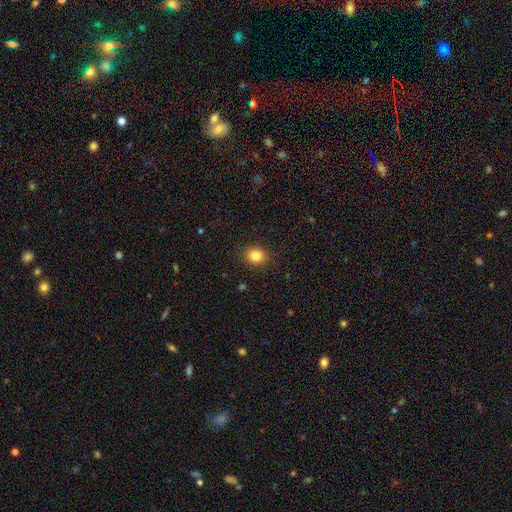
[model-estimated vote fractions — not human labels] smooth-or-featured: smooth: 84% | star or artifact: 11% | featured or disk: 6%
  how-rounded: round: 69% | in between: 30% | cigar-shaped: 1%
  merging: none: 89% | minor disturbance: 8% | major disturbance: 2% | merger: 1%